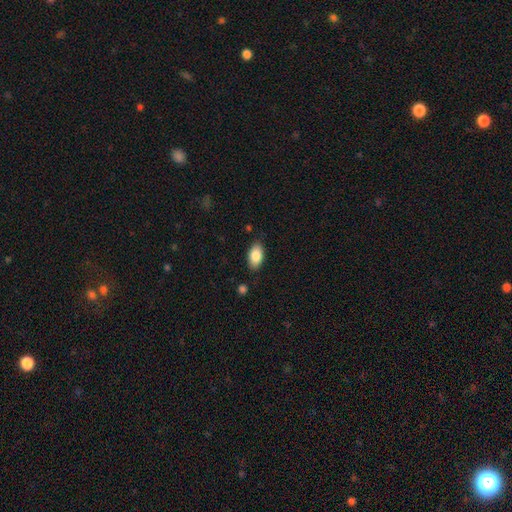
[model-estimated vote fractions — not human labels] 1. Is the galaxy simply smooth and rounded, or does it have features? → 85% smooth, 8% featured or disk, 7% star or artifact.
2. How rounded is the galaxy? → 94% in between, 4% round, 2% cigar-shaped.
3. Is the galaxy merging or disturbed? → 85% none, 11% minor disturbance, 2% major disturbance, 2% merger.